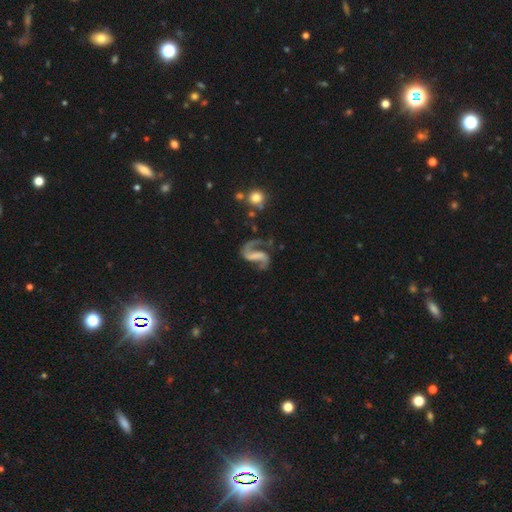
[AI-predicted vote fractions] Morphology: type=featured or disk (88%); edge-on=no (98%); bar=strong (47%); spiral arms=yes (96%); winding=loose (56%); arm count=2 (88%); bulge=none (67%); merging=none (60%).